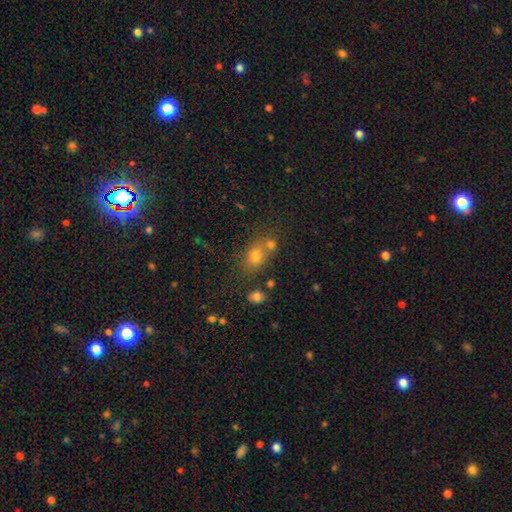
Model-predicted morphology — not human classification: A smooth galaxy with no disk features (70%) that is in between round and cigar-shaped (53%).

Vote fractions:
- Smooth or featured? smooth: 70% / star or artifact: 19% / featured or disk: 12%
- How rounded? in between: 53% / round: 45% / cigar-shaped: 2%
- Merging? none: 54% / merger: 31% / minor disturbance: 11% / major disturbance: 4%